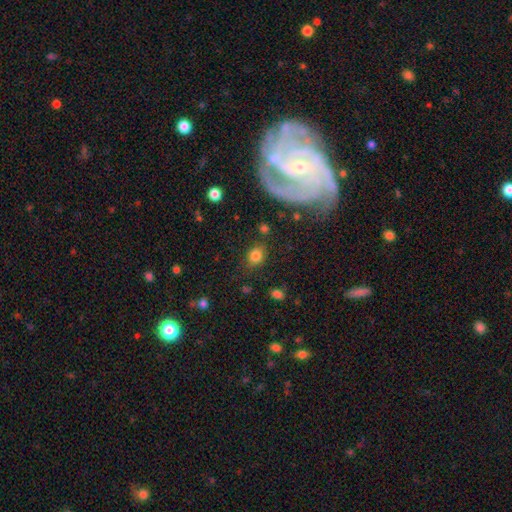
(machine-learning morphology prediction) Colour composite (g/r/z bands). It shows a smooth galaxy with no disk features (81%) that is round (55%). Merging: none (80%).